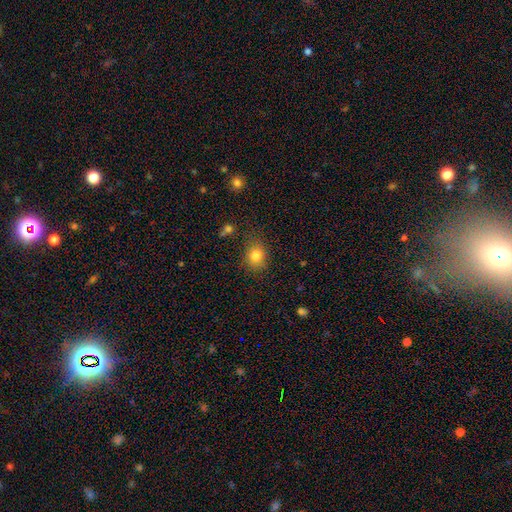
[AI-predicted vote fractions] This appears to be a smooth galaxy with no disk features (81%) that is round (65%). Merging: none (79%).